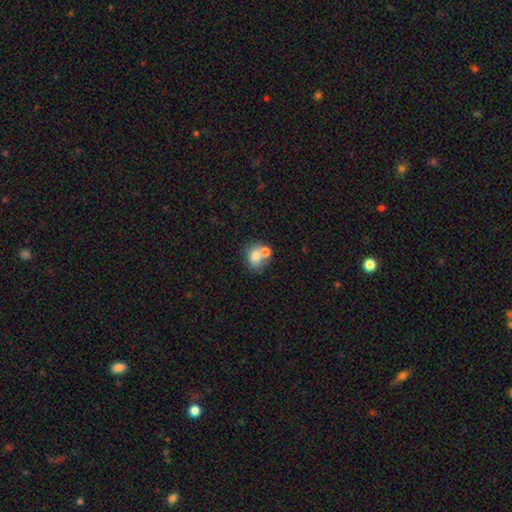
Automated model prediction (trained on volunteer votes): Morphology: type=smooth (74%); roundness=round (60%); merging=merger (44%).